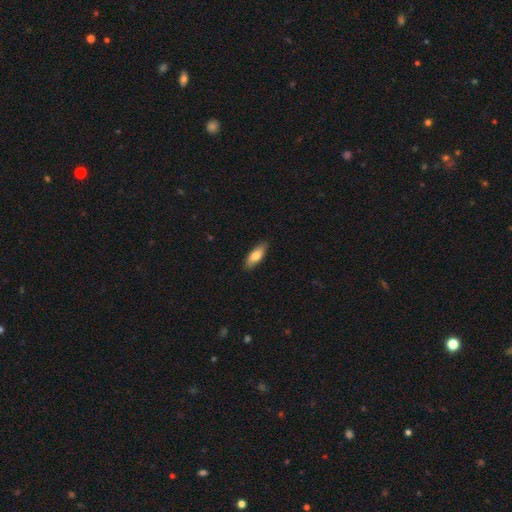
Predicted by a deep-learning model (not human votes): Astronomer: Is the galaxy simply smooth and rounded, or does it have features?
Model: smooth — 75%.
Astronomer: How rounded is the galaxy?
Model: in between — 63%.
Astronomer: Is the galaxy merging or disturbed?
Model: none — 88%.